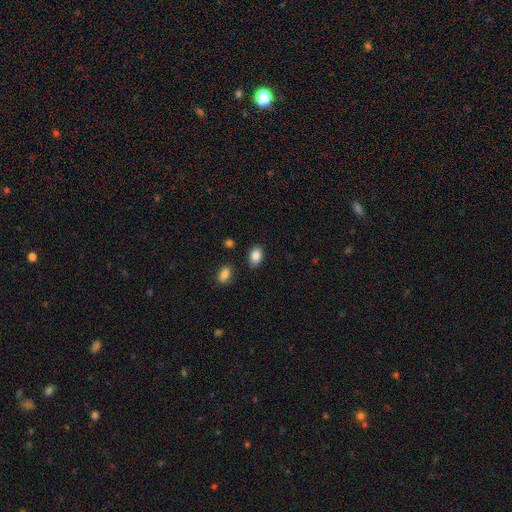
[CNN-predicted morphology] Smooth or featured: smooth — 86% (star or artifact — 8%)
How rounded: in between — 84% (round — 14%)
Merging: none — 84% (minor disturbance — 11%)